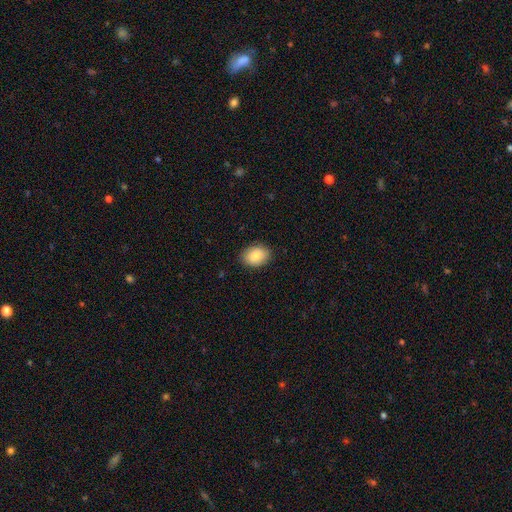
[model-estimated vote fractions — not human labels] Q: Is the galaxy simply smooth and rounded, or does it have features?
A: smooth — 85%.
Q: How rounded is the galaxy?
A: in between — 76%.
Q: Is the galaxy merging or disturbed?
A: none — 87%.